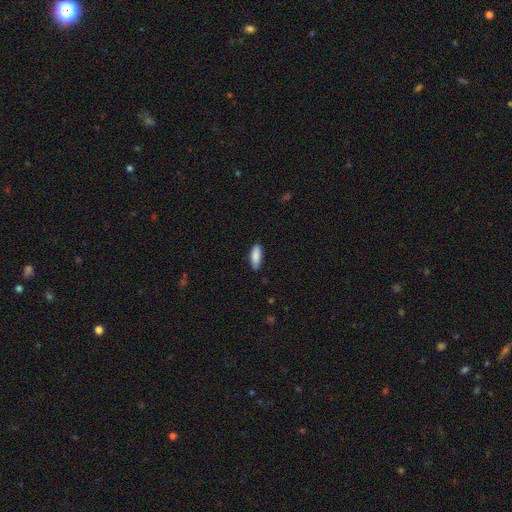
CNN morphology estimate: smooth-or-featured: smooth: 88% | featured or disk: 7% | star or artifact: 6%
  how-rounded: in between: 67% | cigar-shaped: 31% | round: 2%
  merging: none: 84% | minor disturbance: 13% | major disturbance: 2% | merger: 1%